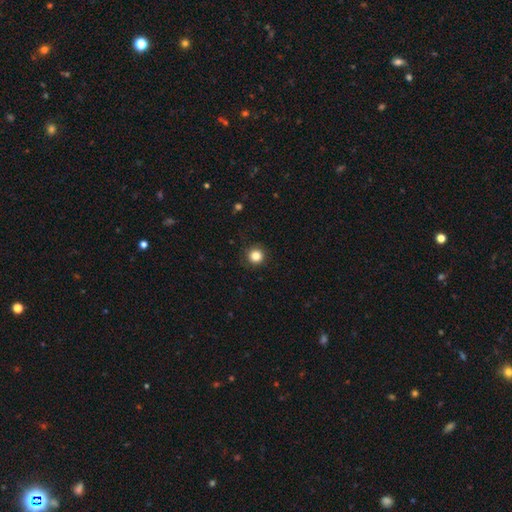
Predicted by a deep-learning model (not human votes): Morphology: type=smooth (84%); roundness=round (95%); merging=none (90%).